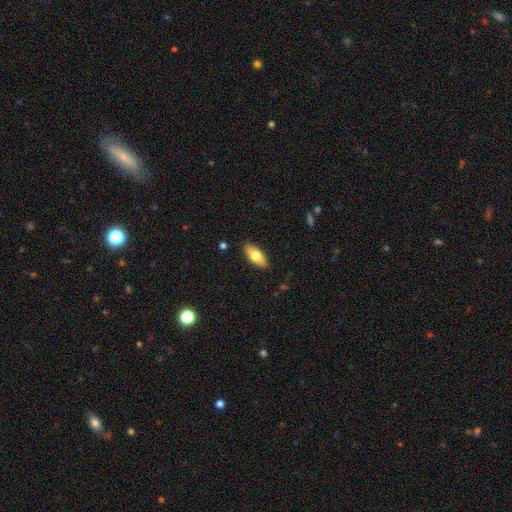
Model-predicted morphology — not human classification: Q: Smooth or featured?
A: smooth (72%); runner-up: featured or disk (21%)
Q: How rounded?
A: in between (85%); runner-up: cigar-shaped (12%)
Q: Merging?
A: none (88%); runner-up: minor disturbance (9%)